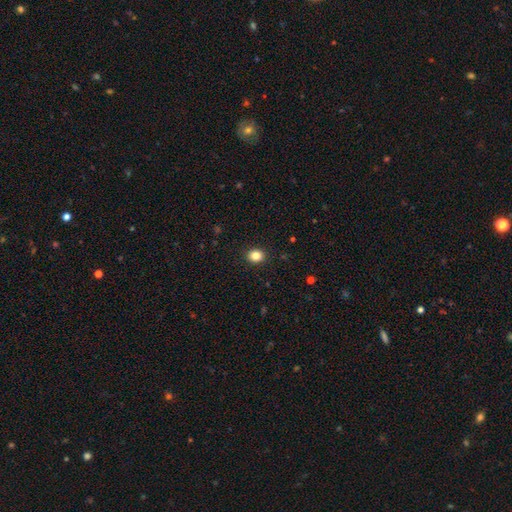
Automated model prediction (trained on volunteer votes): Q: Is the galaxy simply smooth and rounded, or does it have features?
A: smooth — 84%.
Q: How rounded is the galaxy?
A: round — 66%.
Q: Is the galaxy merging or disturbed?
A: none — 91%.